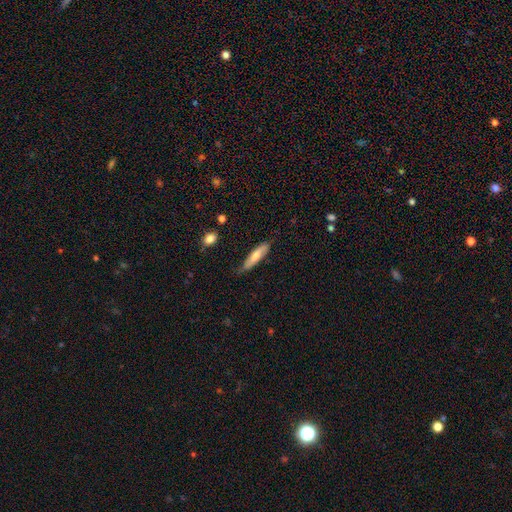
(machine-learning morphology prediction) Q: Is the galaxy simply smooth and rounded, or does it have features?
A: smooth — 74%.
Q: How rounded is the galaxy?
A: cigar-shaped — 79%.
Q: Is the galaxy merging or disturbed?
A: none — 68%.